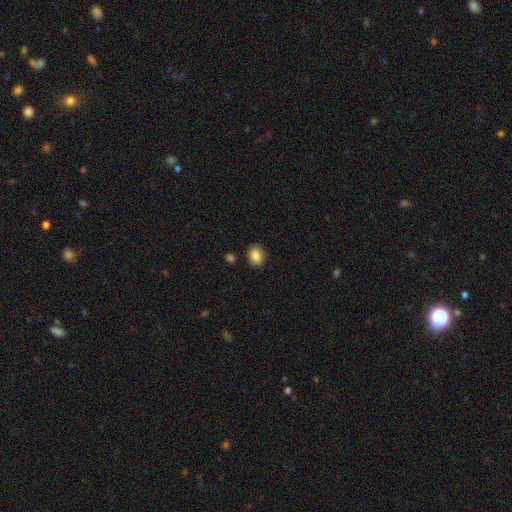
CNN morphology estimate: smooth-or-featured: smooth: 87% | star or artifact: 9% | featured or disk: 5%
  how-rounded: round: 50% | in between: 49% | cigar-shaped: 1%
  merging: none: 86% | minor disturbance: 9% | merger: 3% | major disturbance: 2%